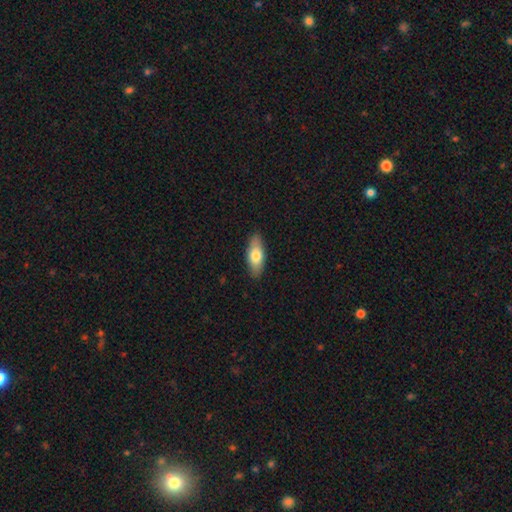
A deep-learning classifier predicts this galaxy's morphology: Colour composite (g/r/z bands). It shows a smooth galaxy with no disk features (73%) that is in between round and cigar-shaped (77%). Merging: none (87%).